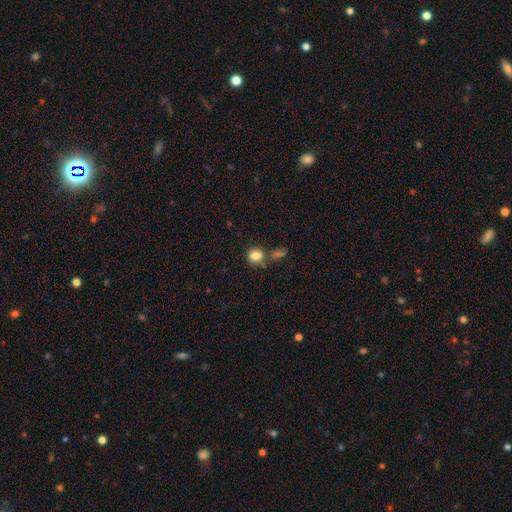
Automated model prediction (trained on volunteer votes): Smooth or featured? smooth (83%)
How rounded? round (57%)
Merging? none (52%)